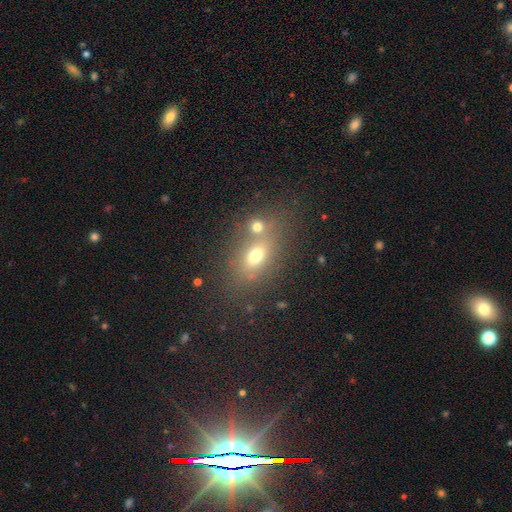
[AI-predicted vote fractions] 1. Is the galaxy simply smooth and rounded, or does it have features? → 67% smooth, 18% featured or disk, 16% star or artifact.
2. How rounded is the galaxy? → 73% in between, 23% round, 4% cigar-shaped.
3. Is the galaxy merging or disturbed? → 50% none, 34% merger, 11% minor disturbance, 5% major disturbance.